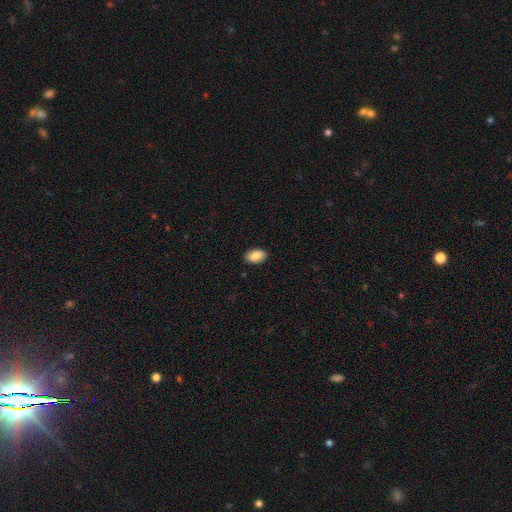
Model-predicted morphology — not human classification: Q: Smooth or featured?
A: smooth (87%); runner-up: star or artifact (7%)
Q: How rounded?
A: in between (93%); runner-up: round (5%)
Q: Merging?
A: none (90%); runner-up: minor disturbance (8%)